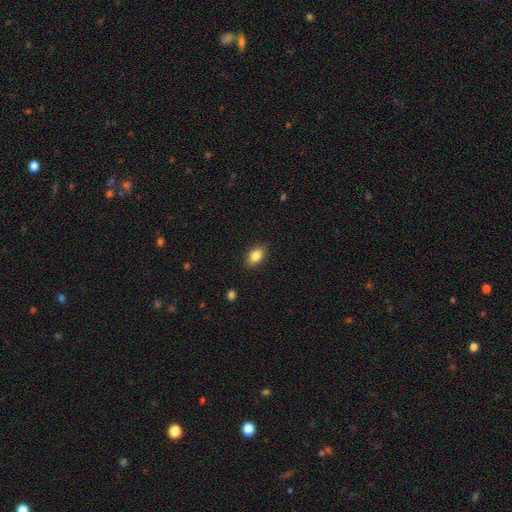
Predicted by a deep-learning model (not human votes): smooth 85%, star or artifact 8%, featured or disk 7%. Down the decision tree: how rounded — in between (88%); merging — none (88%).